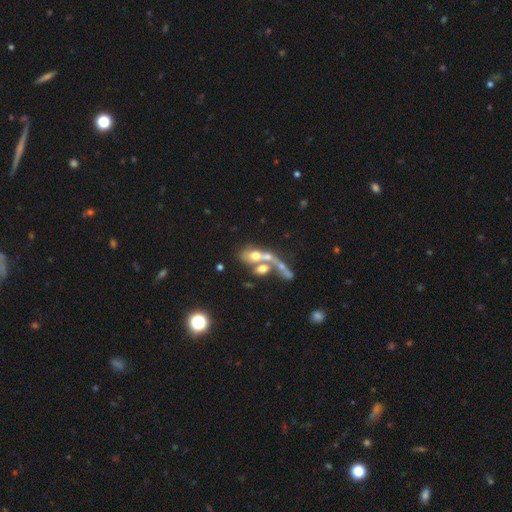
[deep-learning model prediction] The model was most divided on "smooth or featured": featured or disk: 43%, smooth: 39%, star or artifact: 18%. More confident: merging — merger (60%).